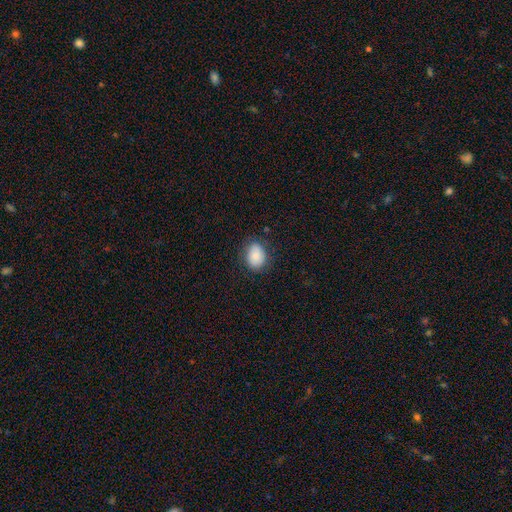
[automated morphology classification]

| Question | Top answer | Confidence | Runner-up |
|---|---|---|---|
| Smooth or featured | smooth | 85% | star or artifact (8%) |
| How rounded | in between | 68% | round (31%) |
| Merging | none | 78% | minor disturbance (16%) |